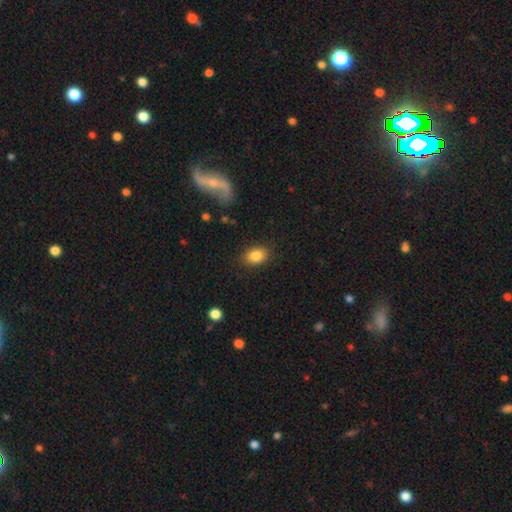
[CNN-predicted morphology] This is clearly a smooth galaxy (84%). How rounded: likely in between (76%). Merging: clearly none (85%).